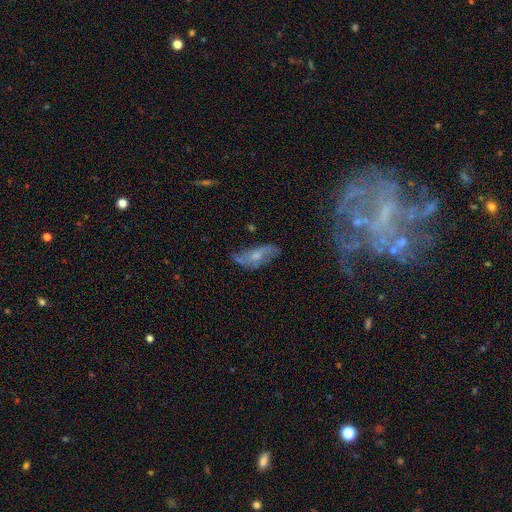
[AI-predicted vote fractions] smooth-or-featured: featured or disk: 58% | smooth: 32% | star or artifact: 10%
  disk-edge-on: no: 84% | yes: 16%
  merging: none: 57% | minor disturbance: 26% | major disturbance: 13% | merger: 4%